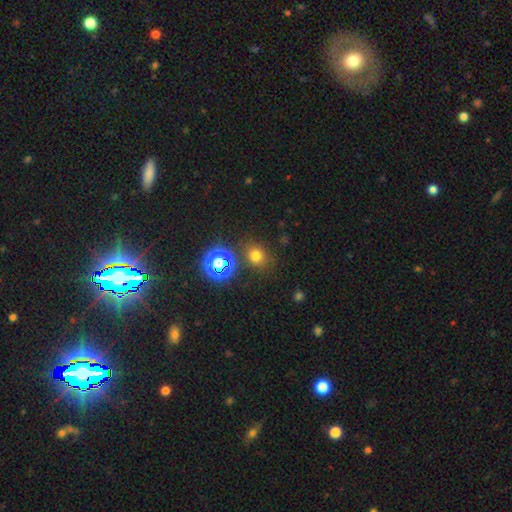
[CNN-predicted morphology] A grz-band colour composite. It shows a smooth galaxy with no disk features (69%) that is round (74%). Merging: none (82%).